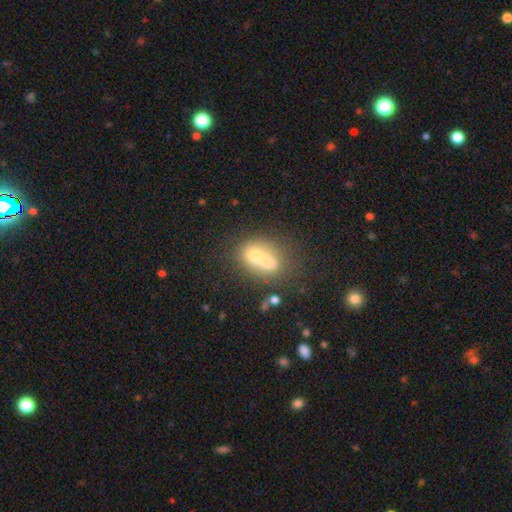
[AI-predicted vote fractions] Q: Smooth or featured?
A: smooth (62%); runner-up: featured or disk (27%)
Q: How rounded?
A: in between (53%); runner-up: round (45%)
Q: Merging?
A: merger (65%); runner-up: none (23%)